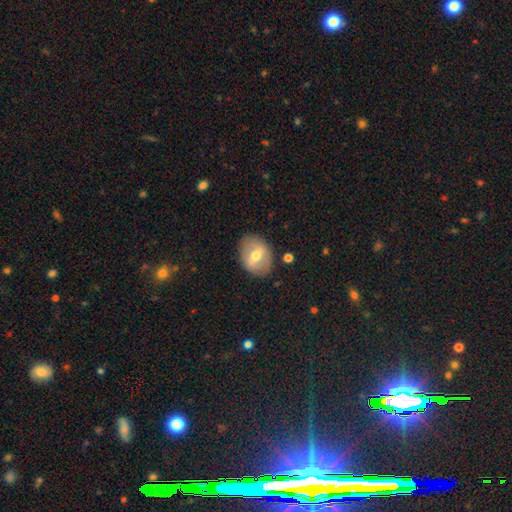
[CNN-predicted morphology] A featured or disk galaxy (49%).

Vote fractions:
- Smooth or featured? featured or disk: 49% / smooth: 44% / star or artifact: 7%
- Merging? none: 82% / minor disturbance: 12% / major disturbance: 4% / merger: 2%